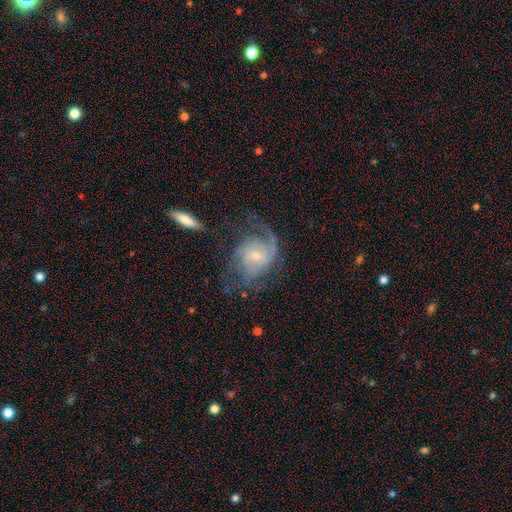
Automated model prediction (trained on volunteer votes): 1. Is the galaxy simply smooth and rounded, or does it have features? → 79% featured or disk, 13% smooth, 7% star or artifact.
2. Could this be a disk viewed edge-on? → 97% no, 3% yes.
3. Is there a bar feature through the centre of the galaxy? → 68% no, 27% weak, 5% strong.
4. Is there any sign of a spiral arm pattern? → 92% yes, 8% no.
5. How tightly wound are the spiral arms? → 41% medium, 29% tight, 29% loose.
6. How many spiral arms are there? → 35% 2, 25% can't tell, 21% 1, 11% 3, 5% 4, 4% more than 4.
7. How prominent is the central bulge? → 71% small, 22% moderate, 3% none, 2% large, 1% dominant.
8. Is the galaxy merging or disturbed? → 49% none, 29% major disturbance, 19% minor disturbance, 3% merger.